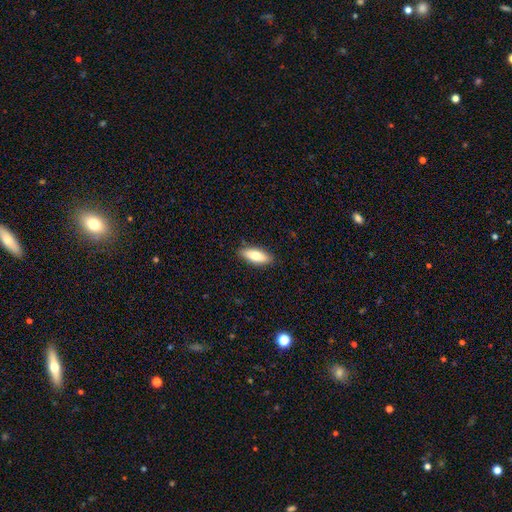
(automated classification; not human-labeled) Smooth or featured? smooth (75%)
How rounded? in between (71%)
Merging? none (88%)